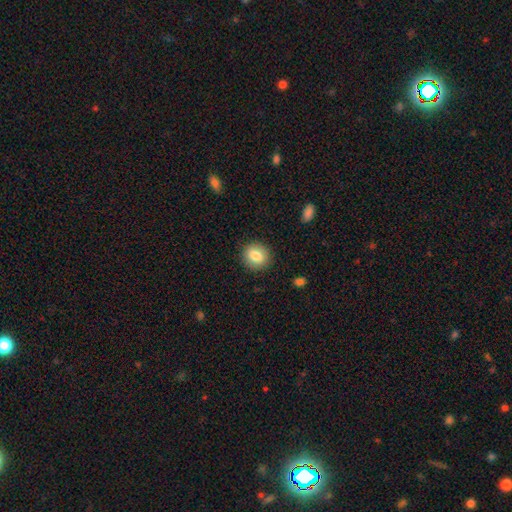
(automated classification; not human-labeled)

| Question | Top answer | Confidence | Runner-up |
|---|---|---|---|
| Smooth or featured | smooth | 83% | featured or disk (9%) |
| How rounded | round | 78% | in between (21%) |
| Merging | none | 89% | minor disturbance (8%) |